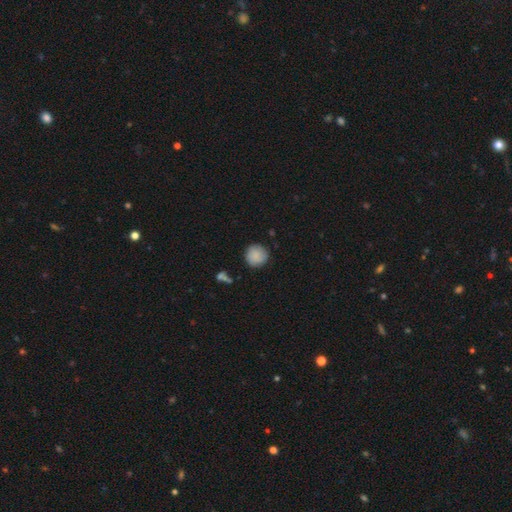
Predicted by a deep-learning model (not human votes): smooth-or-featured: smooth: 85% | featured or disk: 8% | star or artifact: 7%
  how-rounded: round: 93% | in between: 6% | cigar-shaped: 1%
  merging: none: 83% | minor disturbance: 12% | major disturbance: 3% | merger: 2%